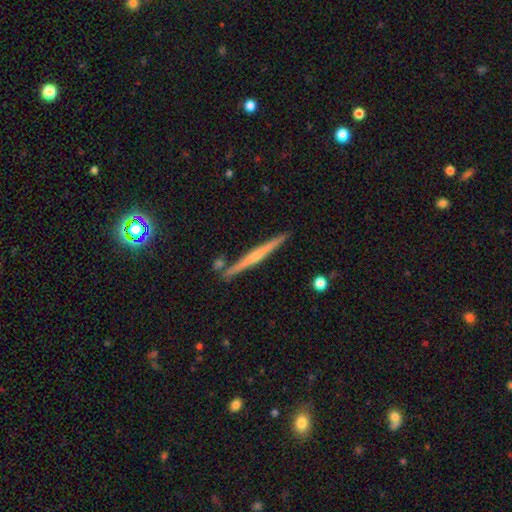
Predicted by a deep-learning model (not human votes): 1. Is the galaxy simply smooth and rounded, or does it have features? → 66% featured or disk, 28% smooth, 6% star or artifact.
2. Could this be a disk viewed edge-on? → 98% yes, 2% no.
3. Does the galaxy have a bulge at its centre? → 56% rounded, 37% none, 8% boxy.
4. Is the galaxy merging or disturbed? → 87% none, 7% minor disturbance, 4% merger, 2% major disturbance.